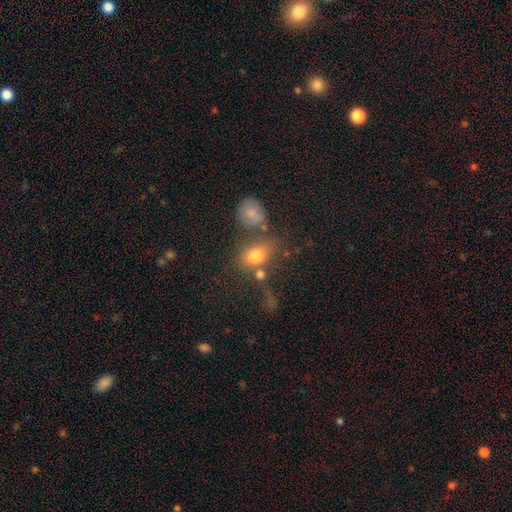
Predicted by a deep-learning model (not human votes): Smooth or featured? smooth (75%)
How rounded? in between (64%)
Merging? none (49%)